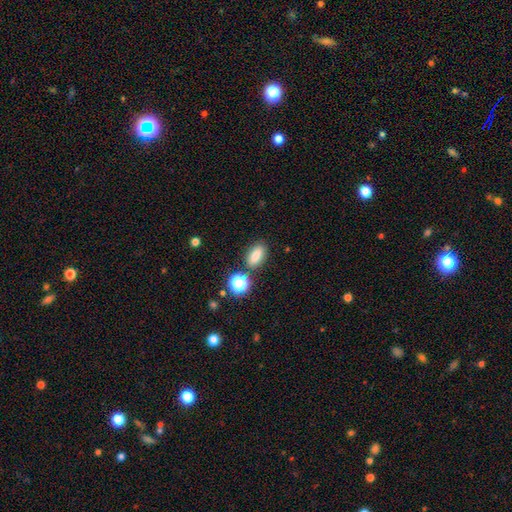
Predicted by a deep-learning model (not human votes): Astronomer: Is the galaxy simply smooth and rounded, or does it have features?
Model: smooth — 79%.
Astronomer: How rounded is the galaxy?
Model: in between — 80%.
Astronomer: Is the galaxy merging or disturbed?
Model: none — 80%.